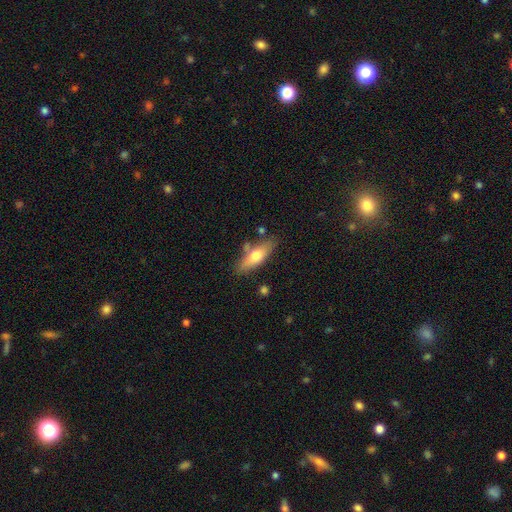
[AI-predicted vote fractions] A smooth galaxy with no disk features (61%) that is in between round and cigar-shaped (54%). Merging: none (73%).